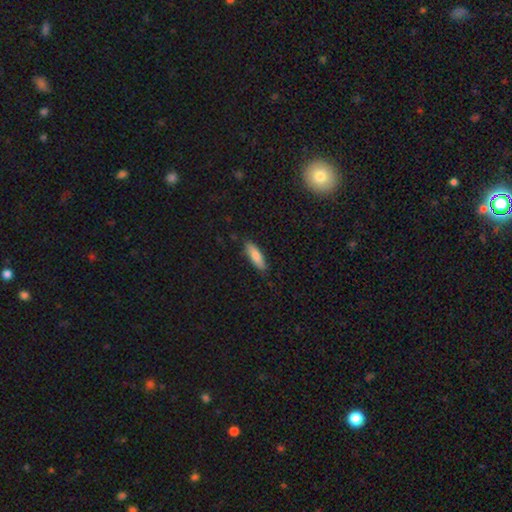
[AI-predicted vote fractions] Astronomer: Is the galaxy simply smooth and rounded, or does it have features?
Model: smooth — 81%.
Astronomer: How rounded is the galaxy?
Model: cigar-shaped — 52% (runner-up: in between, 46%).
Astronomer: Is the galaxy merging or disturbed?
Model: none — 84%.